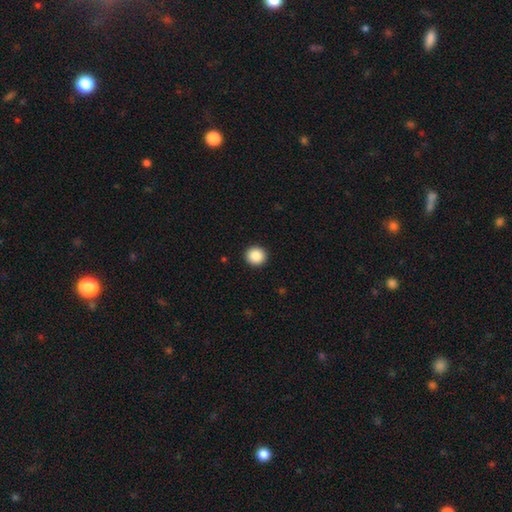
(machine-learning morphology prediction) smooth-or-featured: smooth: 87% | star or artifact: 9% | featured or disk: 4%
  how-rounded: round: 94% | in between: 5% | cigar-shaped: 1%
  merging: none: 93% | minor disturbance: 4% | major disturbance: 1% | merger: 1%